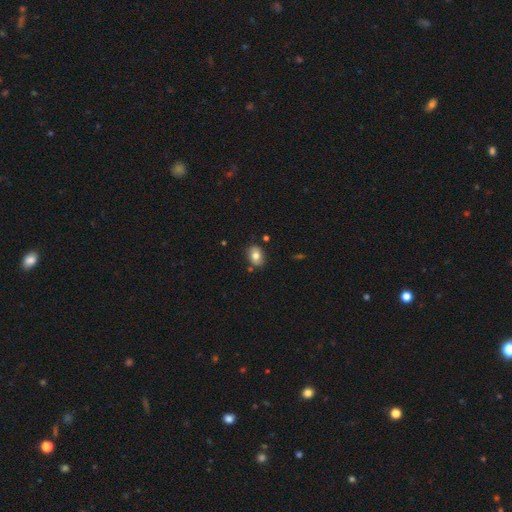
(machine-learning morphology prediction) Smooth or featured?
  - smooth: 78% *
  - featured or disk: 13%
  - star or artifact: 8%
How rounded?
  - in between: 74% *
  - round: 25%
  - cigar-shaped: 1%
Merging?
  - none: 82% *
  - minor disturbance: 12%
  - merger: 4%
  - major disturbance: 2%